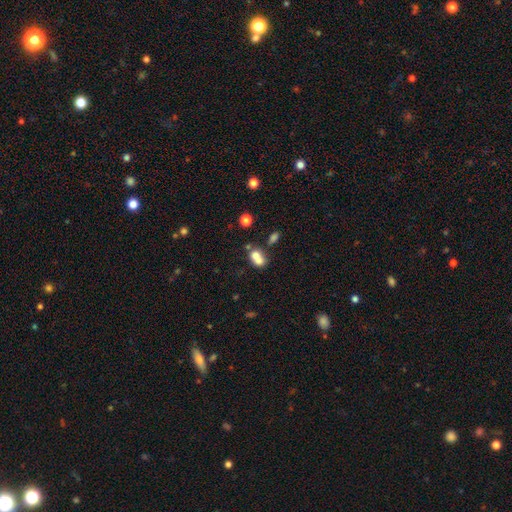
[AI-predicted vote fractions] Overall: smooth (69%). How rounded: in between (52%; round 46%). Merging: merger (62%; none 25%).